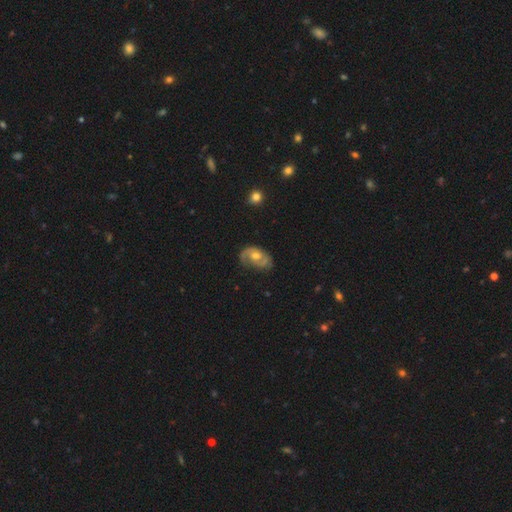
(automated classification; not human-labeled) smooth_or_featured: featured or disk (p=0.70) [alt: smooth p=0.23]
disk_edge_on: no (p=0.96) [alt: yes p=0.04]
bar: no (p=0.71) [alt: weak p=0.24]
has_spiral_arms: yes (p=0.82) [alt: no p=0.18]
spiral_winding: medium (p=0.39) [alt: tight p=0.38]
spiral_arm_count: 2 (p=0.56) [alt: 1 p=0.25]
bulge_size: moderate (p=0.70) [alt: small p=0.21]
merging: none (p=0.59) [alt: minor disturbance p=0.26]